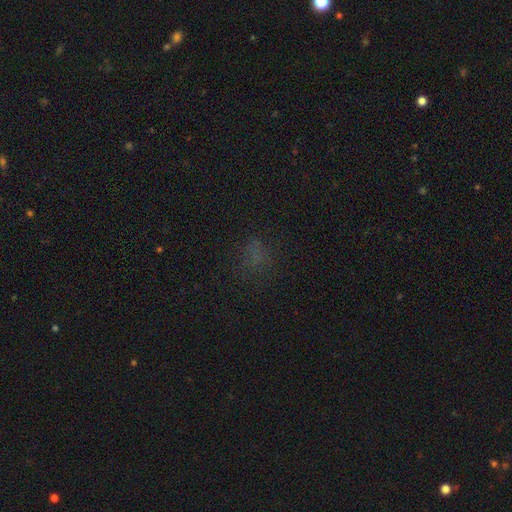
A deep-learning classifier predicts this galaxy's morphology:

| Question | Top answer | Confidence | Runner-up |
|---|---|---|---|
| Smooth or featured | smooth | 50% | star or artifact (37%) |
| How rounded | round | 56% | in between (41%) |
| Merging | none | 71% | minor disturbance (15%) |